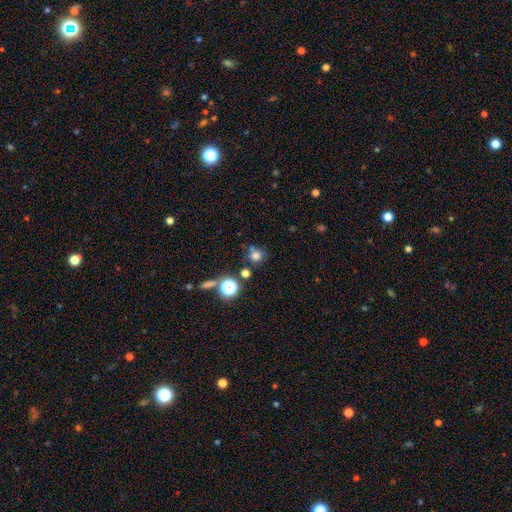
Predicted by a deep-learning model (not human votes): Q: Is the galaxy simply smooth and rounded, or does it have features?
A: smooth — 70%.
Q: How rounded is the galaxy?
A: round — 85%.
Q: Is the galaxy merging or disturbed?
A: none — 67%.